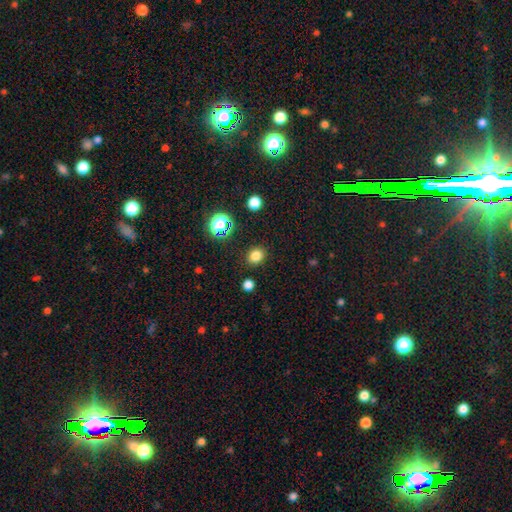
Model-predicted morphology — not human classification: This is clearly a smooth galaxy (81%). How rounded: likely round (65%). Merging: clearly none (88%).